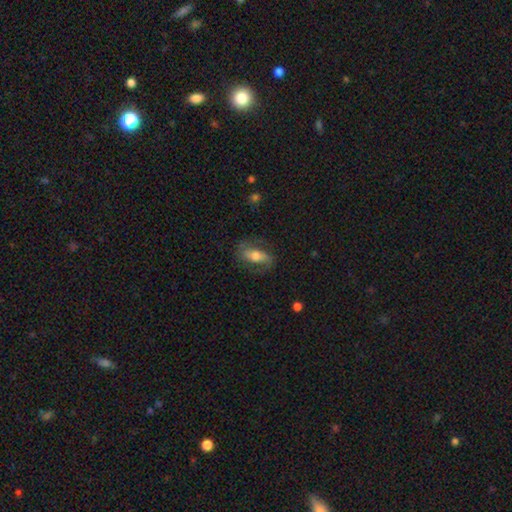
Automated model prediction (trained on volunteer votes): This is possibly a featured or disk galaxy (49%). Merging: likely none (72%).